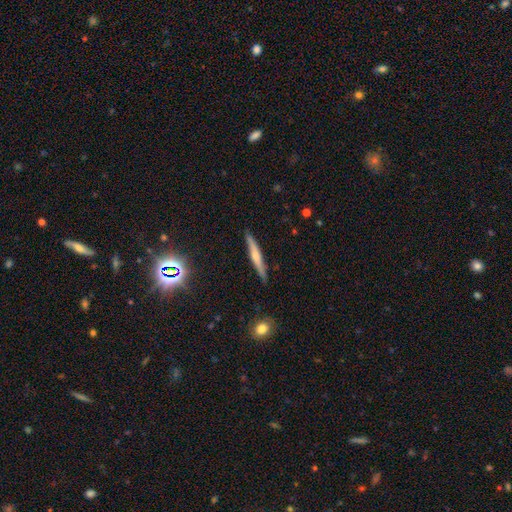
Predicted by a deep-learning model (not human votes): This is possibly a featured or disk galaxy (48%). Merging: clearly none (87%).